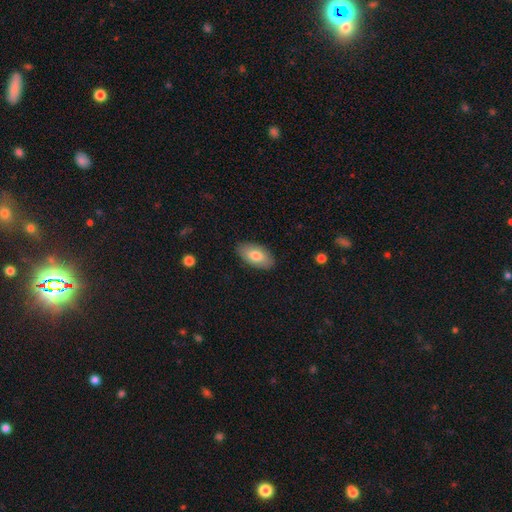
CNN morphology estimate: Smooth or featured? smooth (78%)
How rounded? in between (93%)
Merging? none (86%)